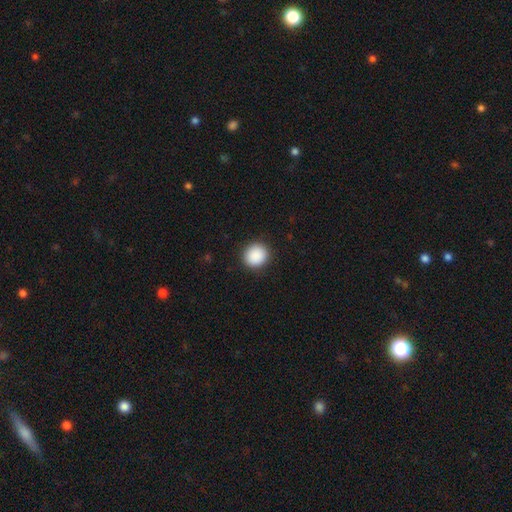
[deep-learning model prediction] This is clearly a smooth galaxy (90%). How rounded: clearly round (89%). Merging: clearly none (91%).